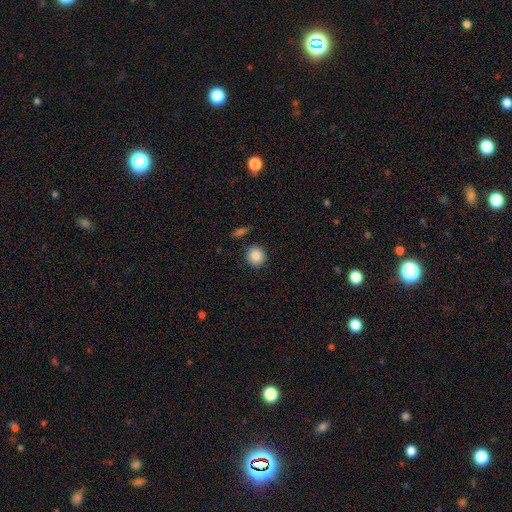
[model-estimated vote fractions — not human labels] Overall: smooth (88%). How rounded: round (87%). Merging: none (88%).